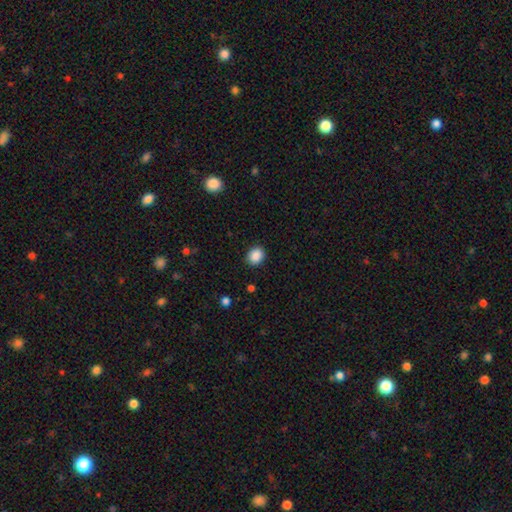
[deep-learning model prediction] smooth 88%, star or artifact 9%, featured or disk 3%. Down the decision tree: how rounded — round (59%); merging — none (89%).